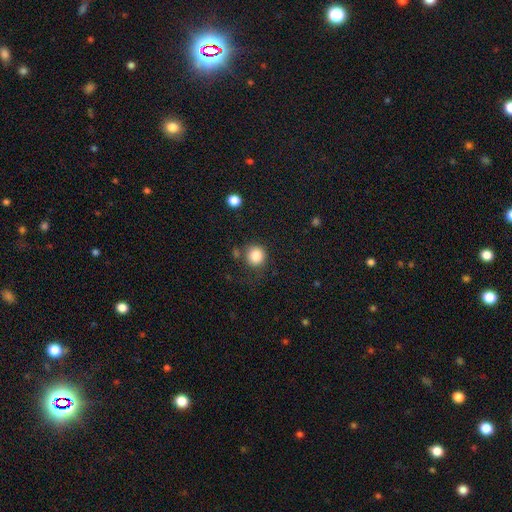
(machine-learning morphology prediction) Q: Smooth or featured?
A: smooth (85%); runner-up: star or artifact (10%)
Q: How rounded?
A: round (91%); runner-up: in between (8%)
Q: Merging?
A: none (74%); runner-up: minor disturbance (14%)